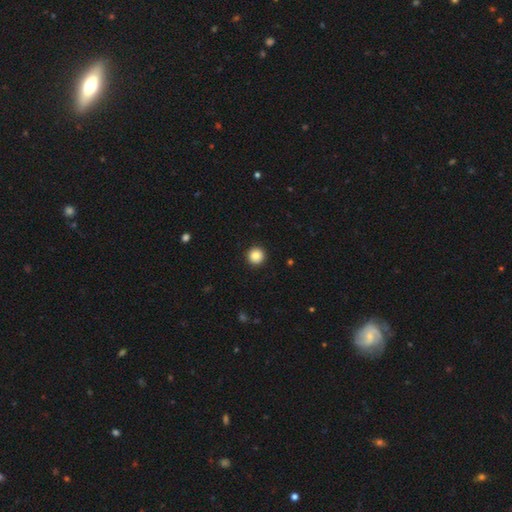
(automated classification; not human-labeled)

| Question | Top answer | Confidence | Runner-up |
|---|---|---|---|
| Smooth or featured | smooth | 85% | star or artifact (9%) |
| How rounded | round | 96% | in between (3%) |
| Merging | none | 93% | minor disturbance (4%) |